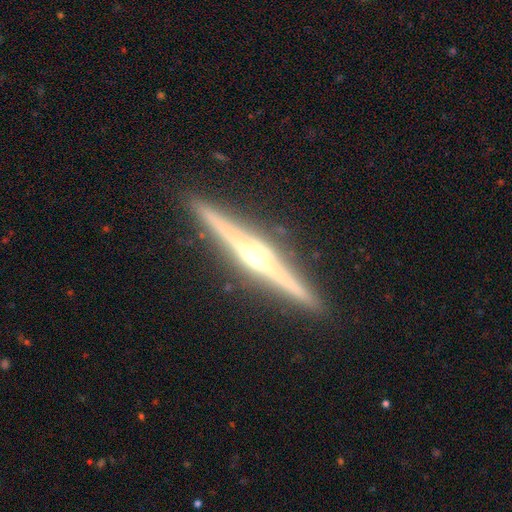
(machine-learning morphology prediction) This is clearly a featured or disk galaxy (88%). It is clearly viewed edge-on (99%). Edge-on bulge: clearly rounded (90%). Merging: clearly none (93%).